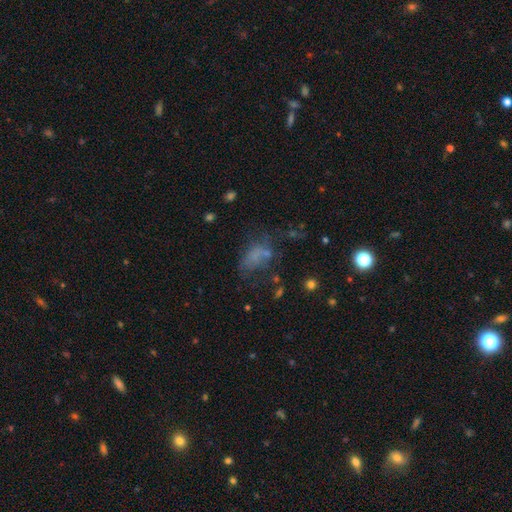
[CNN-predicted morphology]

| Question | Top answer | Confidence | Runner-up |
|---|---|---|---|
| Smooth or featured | smooth | 52% | featured or disk (25%) |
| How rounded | in between | 83% | round (13%) |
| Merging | none | 35% | major disturbance (34%) |